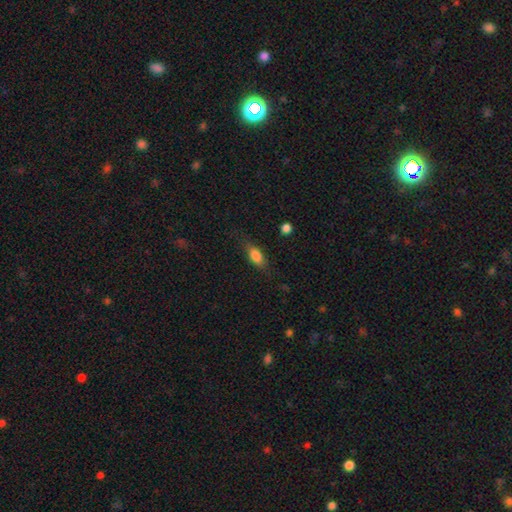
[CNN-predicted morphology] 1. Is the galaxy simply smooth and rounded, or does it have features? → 75% smooth, 18% featured or disk, 8% star or artifact.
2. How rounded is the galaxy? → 73% in between, 22% cigar-shaped, 5% round.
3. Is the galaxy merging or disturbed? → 73% none, 20% minor disturbance, 6% major disturbance, 2% merger.